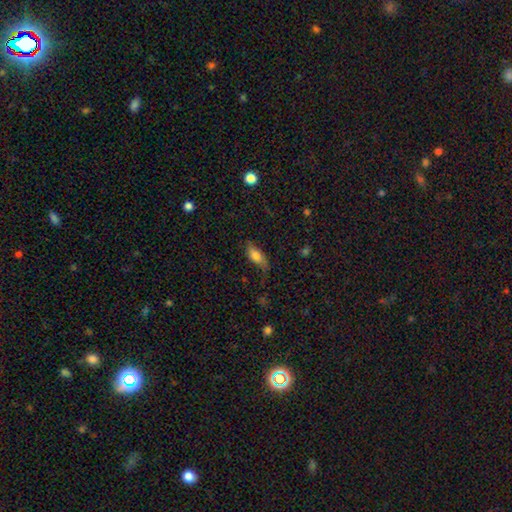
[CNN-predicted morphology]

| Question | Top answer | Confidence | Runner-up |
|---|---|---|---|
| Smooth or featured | smooth | 74% | featured or disk (18%) |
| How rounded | in between | 83% | cigar-shaped (14%) |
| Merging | none | 58% | minor disturbance (28%) |